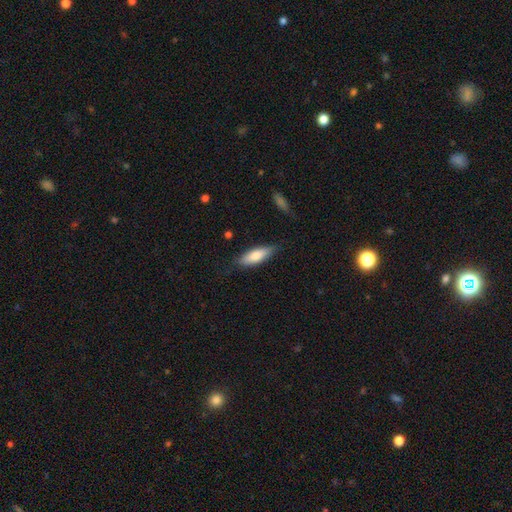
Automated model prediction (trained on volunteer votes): smooth_or_featured: smooth (p=0.77) [alt: featured or disk p=0.17]
how_rounded: in between (p=0.56) [alt: cigar-shaped p=0.42]
merging: none (p=0.78) [alt: minor disturbance p=0.17]